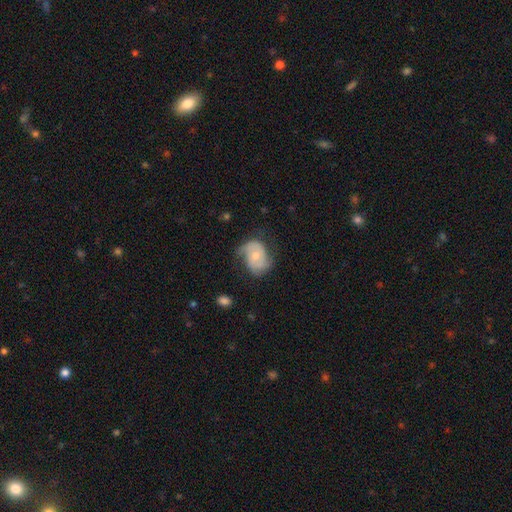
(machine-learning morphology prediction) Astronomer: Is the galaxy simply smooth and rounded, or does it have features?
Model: featured or disk — 59% (runner-up: smooth, 35%).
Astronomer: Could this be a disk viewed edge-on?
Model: no — 97%.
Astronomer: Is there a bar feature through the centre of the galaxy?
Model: no — 70%.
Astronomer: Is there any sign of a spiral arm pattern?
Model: yes — 82%.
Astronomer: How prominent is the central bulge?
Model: moderate — 55% (runner-up: small, 39%).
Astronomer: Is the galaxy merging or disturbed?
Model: none — 51% (runner-up: minor disturbance, 30%).